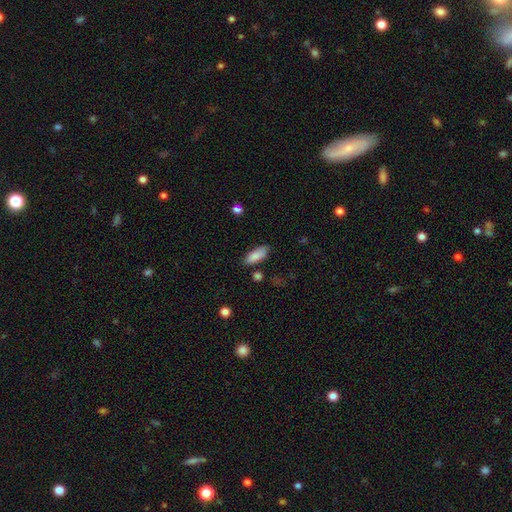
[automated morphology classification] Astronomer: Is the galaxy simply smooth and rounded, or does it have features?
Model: smooth — 87%.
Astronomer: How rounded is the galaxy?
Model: in between — 76%.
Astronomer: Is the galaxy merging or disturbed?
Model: none — 79%.